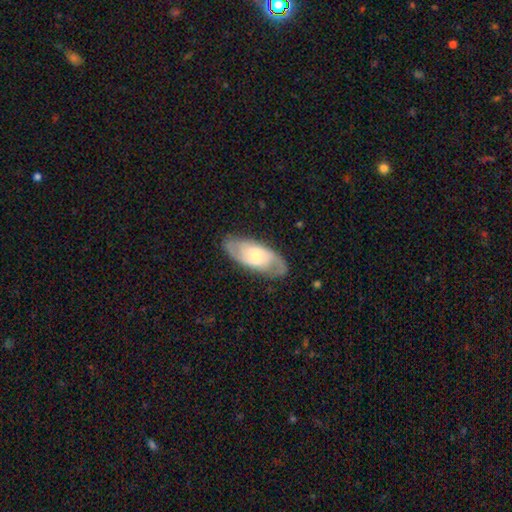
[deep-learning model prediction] Smooth or featured?
  - featured or disk: 67% *
  - smooth: 27%
  - star or artifact: 6%
Edge-on disk?
  - no: 90% *
  - yes: 10%
Bar?
  - weak: 53% *
  - no: 30%
  - strong: 17%
Spiral arms?
  - yes: 87% *
  - no: 13%
Spiral winding?
  - medium: 48% *
  - tight: 29%
  - loose: 23%
Spiral arm count?
  - 2: 77% *
  - can't tell: 15%
  - 3: 3%
  - 1: 2%
  - 4: 1%
  - more than 4: 1%
Bulge size?
  - moderate: 48% *
  - small: 34%
  - large: 10%
  - none: 6%
  - dominant: 1%
Merging?
  - none: 79% *
  - minor disturbance: 16%
  - major disturbance: 5%
  - merger: 1%